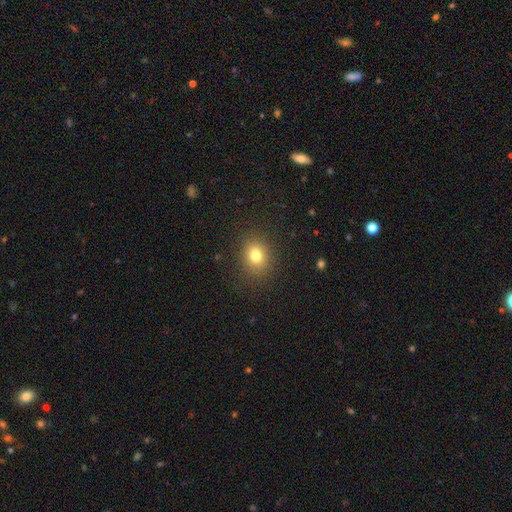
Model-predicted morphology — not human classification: smooth 77%, star or artifact 13%, featured or disk 9%. Down the decision tree: how rounded — round (57%); merging — none (86%).